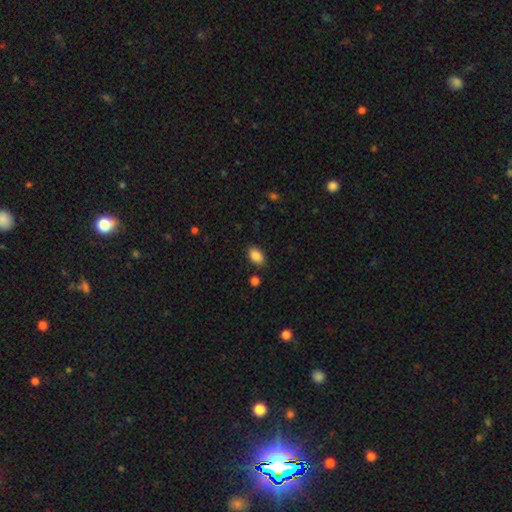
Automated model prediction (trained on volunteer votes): smooth-or-featured: smooth: 88% | star or artifact: 8% | featured or disk: 4%
  how-rounded: in between: 89% | round: 10% | cigar-shaped: 1%
  merging: none: 84% | minor disturbance: 11% | major disturbance: 3% | merger: 2%